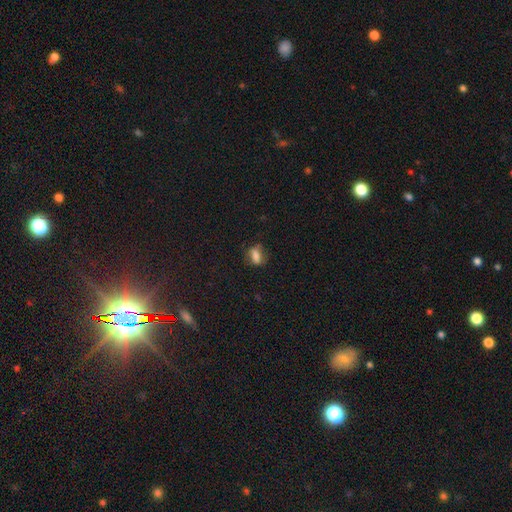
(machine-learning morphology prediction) type=smooth (72%); roundness=in between (69%); merging=none (68%).